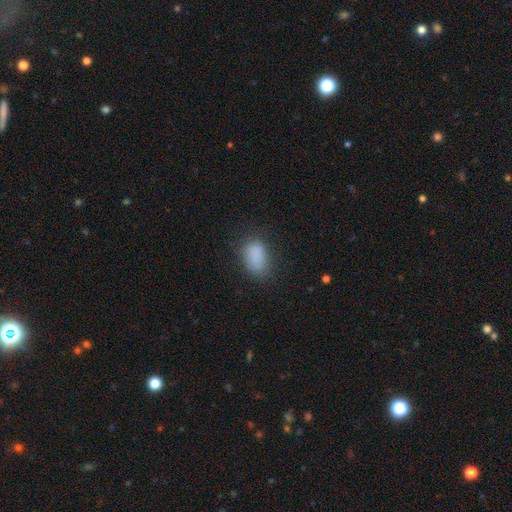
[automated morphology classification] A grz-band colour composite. It shows a smooth galaxy with no disk features (85%) that is in between round and cigar-shaped (88%). Merging: none (70%).